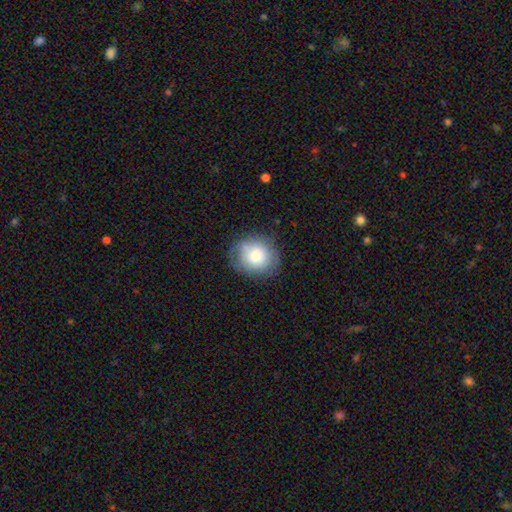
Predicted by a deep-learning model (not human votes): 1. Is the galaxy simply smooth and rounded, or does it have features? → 74% smooth, 17% featured or disk, 9% star or artifact.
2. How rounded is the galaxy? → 77% round, 22% in between, 1% cigar-shaped.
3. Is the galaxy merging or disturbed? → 74% none, 18% minor disturbance, 6% major disturbance, 2% merger.